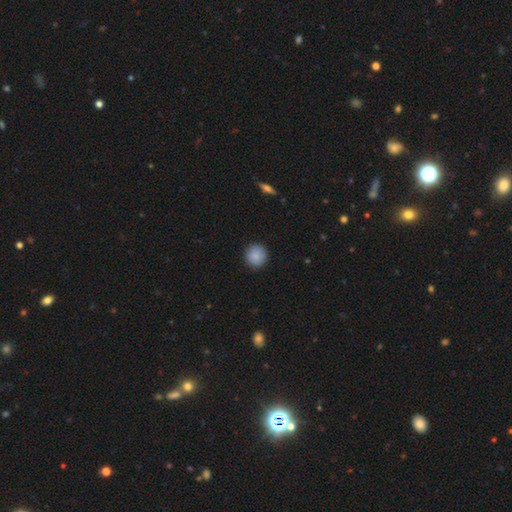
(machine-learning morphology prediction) Overall: smooth (88%). How rounded: round (95%). Merging: none (91%).